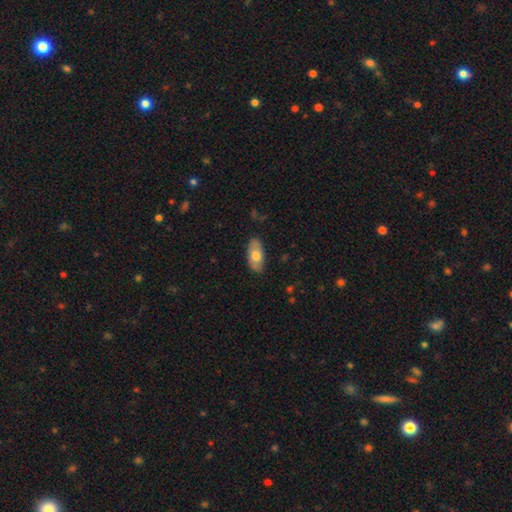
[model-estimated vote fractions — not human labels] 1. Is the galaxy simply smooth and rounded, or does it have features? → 64% smooth, 30% featured or disk, 6% star or artifact.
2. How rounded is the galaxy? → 92% in between, 5% cigar-shaped, 3% round.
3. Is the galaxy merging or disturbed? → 82% none, 14% minor disturbance, 3% major disturbance, 1% merger.